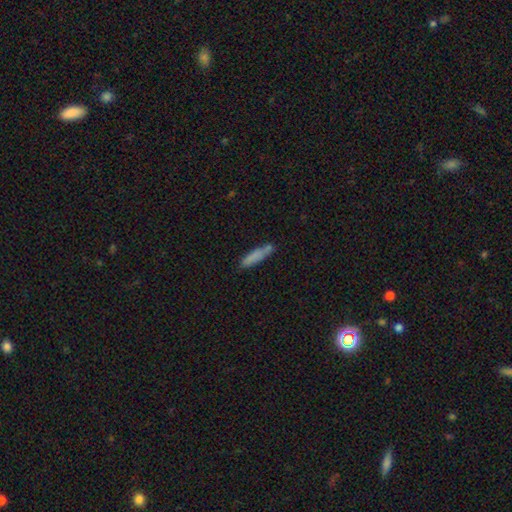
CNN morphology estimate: A smooth galaxy with no disk features (78%) that is cigar-shaped (84%). Merging: none (68%).